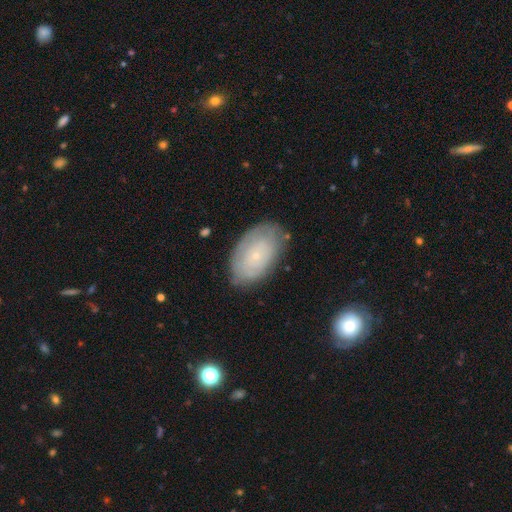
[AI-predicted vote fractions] Overall: featured or disk (49%; smooth 43%). Merging: none (76%).